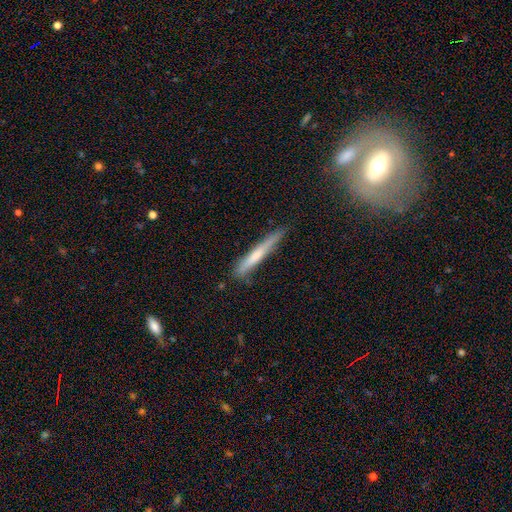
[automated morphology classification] type=smooth (57%); roundness=cigar-shaped (96%); merging=none (75%).